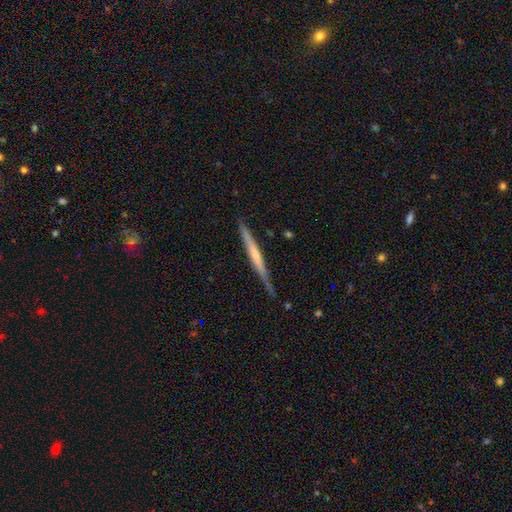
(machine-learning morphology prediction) The model was most divided on "edge-on bulge": none: 52%, rounded: 40%, boxy: 8%. More confident: edge-on disk — yes (97%); merging — none (83%); smooth or featured — featured or disk (65%).